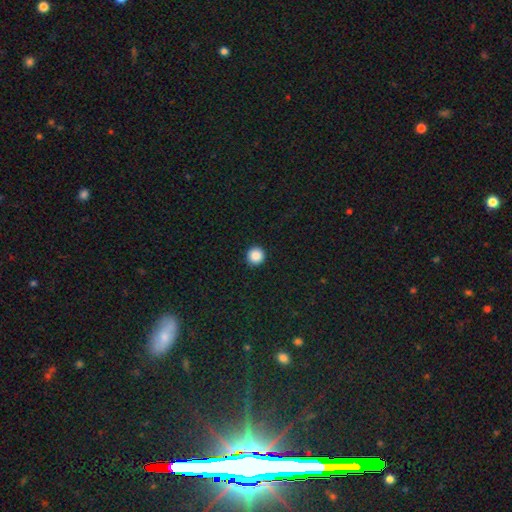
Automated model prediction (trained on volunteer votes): This appears to be a smooth galaxy with no disk features (88%) that is round (96%). Merging: none (94%).